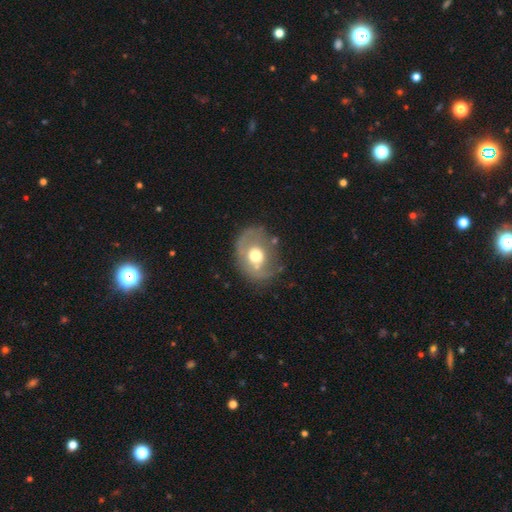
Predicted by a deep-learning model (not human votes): Smooth or featured?
  - smooth: 46% * (tied)
  - featured or disk: 46% * (tied)
  - star or artifact: 8%
Merging?
  - none: 59% *
  - minor disturbance: 24%
  - major disturbance: 13%
  - merger: 4%